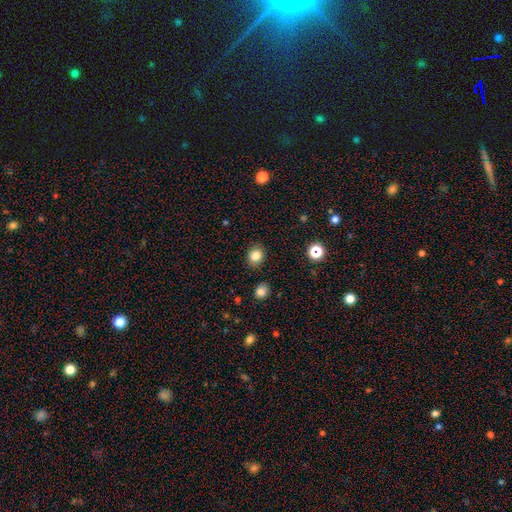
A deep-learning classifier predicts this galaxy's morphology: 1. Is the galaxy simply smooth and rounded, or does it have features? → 82% smooth, 12% star or artifact, 6% featured or disk.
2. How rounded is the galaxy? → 63% round, 36% in between, 1% cigar-shaped.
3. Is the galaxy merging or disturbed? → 87% none, 8% minor disturbance, 2% major disturbance, 2% merger.